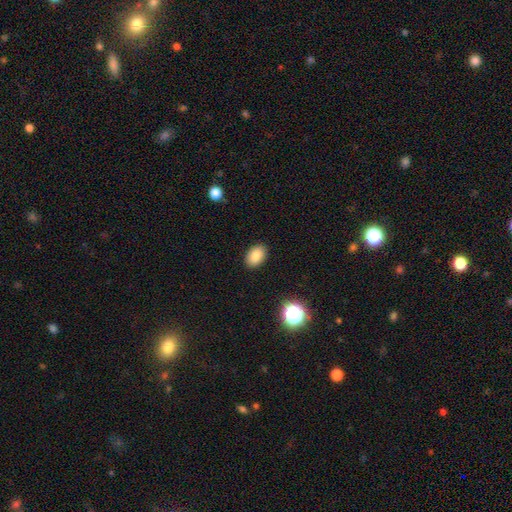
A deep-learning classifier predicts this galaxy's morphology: This appears to be a smooth galaxy with no disk features (84%) that is in between round and cigar-shaped (84%). Merging: none (89%).